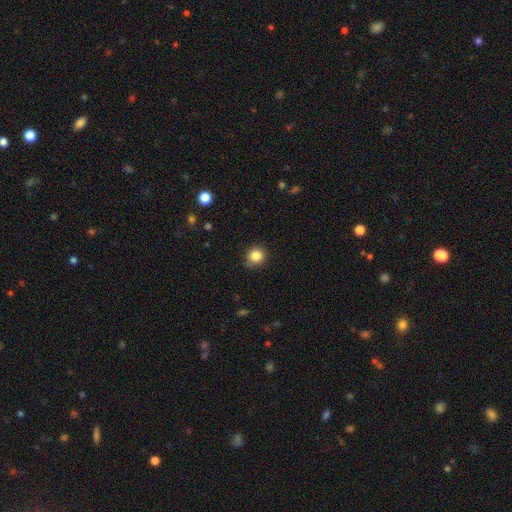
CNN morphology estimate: type=smooth (85%); roundness=round (86%); merging=none (81%).